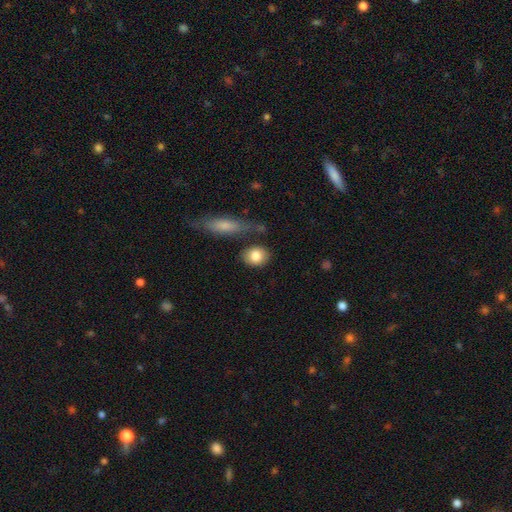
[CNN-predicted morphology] This is clearly a smooth galaxy (85%). How rounded: likely round (62%). Merging: likely none (70%).